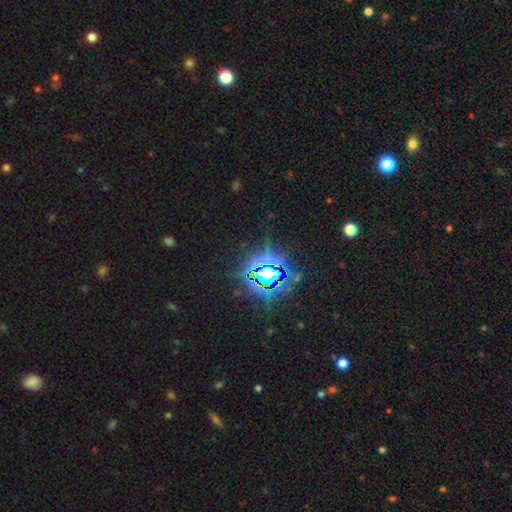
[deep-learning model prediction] This is clearly a star or artifact rather than a galaxy (81%).